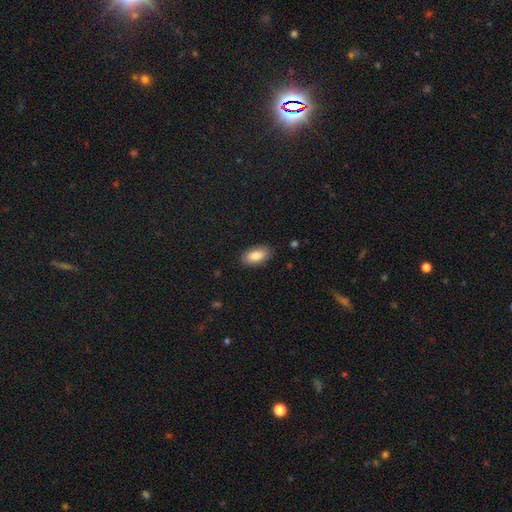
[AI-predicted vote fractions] A smooth galaxy with no disk features (85%) that is in between round and cigar-shaped (92%). Merging: none (87%).